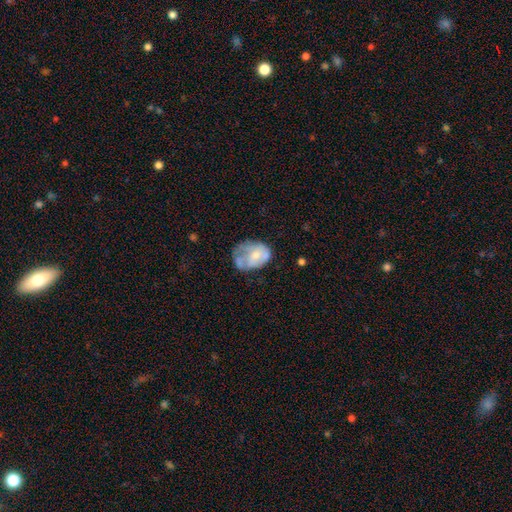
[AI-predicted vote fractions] Smooth or featured: smooth — 47% (featured or disk — 46%)
Merging: none — 33% (minor disturbance — 31%)